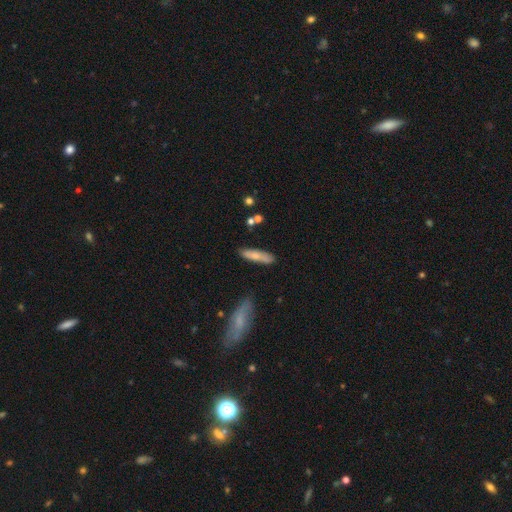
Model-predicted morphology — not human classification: smooth_or_featured: smooth (p=0.72) [alt: featured or disk p=0.22]
how_rounded: cigar-shaped (p=0.71) [alt: in between p=0.27]
merging: none (p=0.79) [alt: minor disturbance p=0.15]